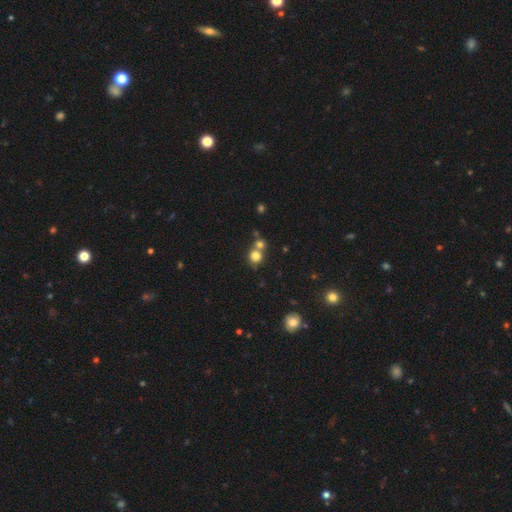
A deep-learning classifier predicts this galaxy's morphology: Overall: smooth (79%). How rounded: round (88%). Merging: none (52%; merger 37%).